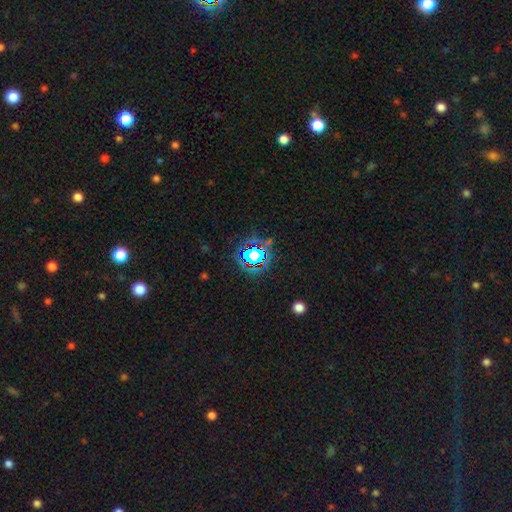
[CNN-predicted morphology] Smooth or featured? Predicted: star or artifact (p=0.74).